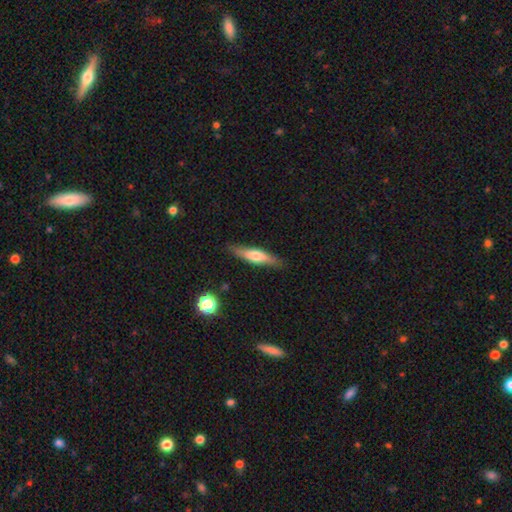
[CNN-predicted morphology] Smooth or featured?
  - smooth: 51% *
  - featured or disk: 43%
  - star or artifact: 6%
How rounded?
  - cigar-shaped: 75% *
  - in between: 23%
  - round: 2%
Merging?
  - none: 85% *
  - minor disturbance: 11%
  - major disturbance: 2%
  - merger: 1%